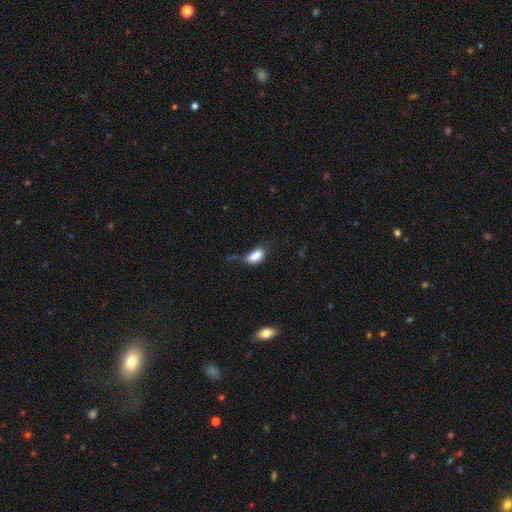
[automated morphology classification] smooth_or_featured: smooth (p=0.81) [alt: featured or disk p=0.09]
how_rounded: in between (p=0.89) [alt: round p=0.07]
merging: none (p=0.40) [alt: minor disturbance p=0.32]